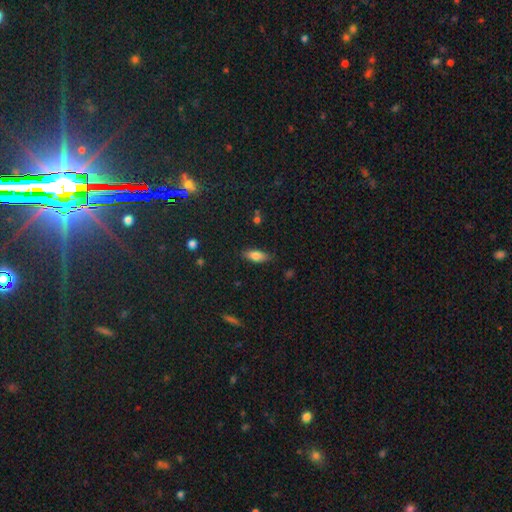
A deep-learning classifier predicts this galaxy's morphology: smooth-or-featured: smooth: 79% | featured or disk: 13% | star or artifact: 8%
  how-rounded: in between: 79% | cigar-shaped: 18% | round: 3%
  merging: none: 81% | minor disturbance: 14% | major disturbance: 3% | merger: 1%